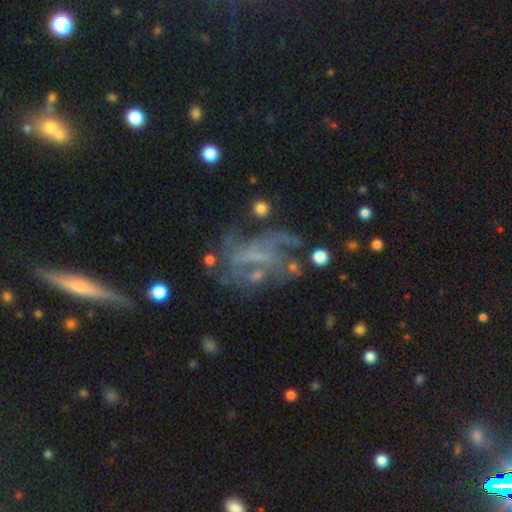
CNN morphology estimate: featured or disk 70%, star or artifact 16%, smooth 14%. Down the decision tree: edge-on disk — no (93%); bar — no (48%); spiral arms — yes (68%); bulge size — none (60%); merging — none (48%).